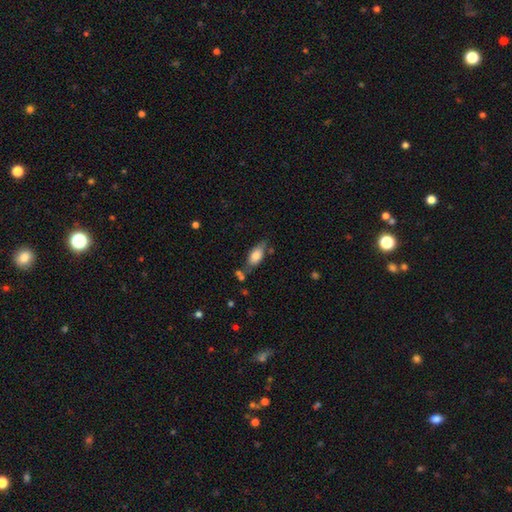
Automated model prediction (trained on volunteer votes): This is likely a smooth galaxy (77%). How rounded: clearly in between (86%). Merging: likely none (62%).